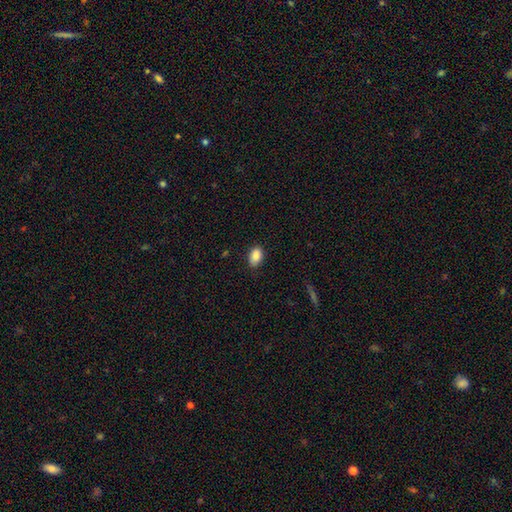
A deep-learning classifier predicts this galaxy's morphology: Overall: smooth (87%). How rounded: in between (88%). Merging: none (83%).